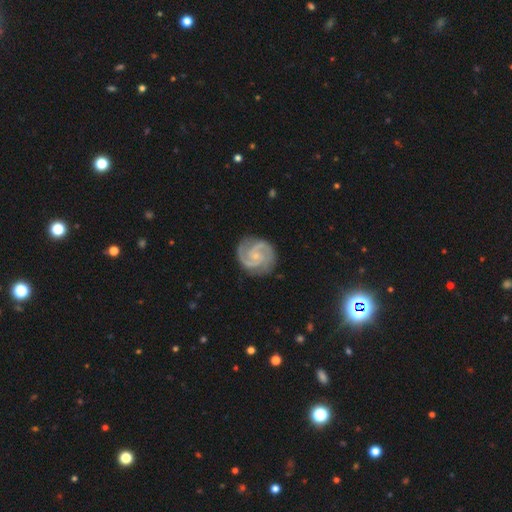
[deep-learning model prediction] Smooth or featured? featured or disk (92%)
Edge-on disk? no (98%)
Bar? no (60%)
Spiral arms? yes (99%)
Spiral winding? tight (51%)
Spiral arm count? 2 (74%)
Bulge size? small (77%)
Merging? none (81%)